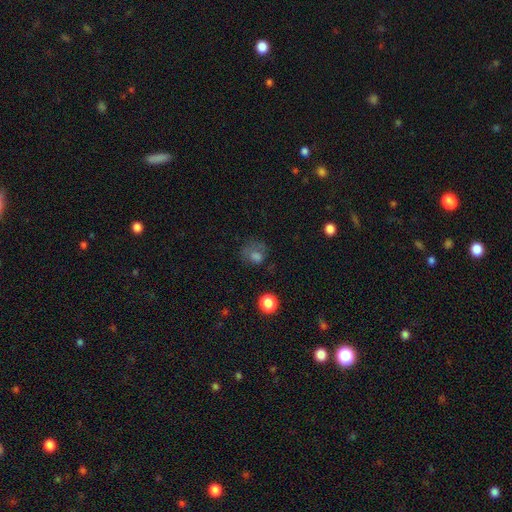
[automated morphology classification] Q: Smooth or featured?
A: smooth (63%); runner-up: star or artifact (19%)
Q: How rounded?
A: round (61%); runner-up: in between (38%)
Q: Merging?
A: none (45%); runner-up: major disturbance (28%)